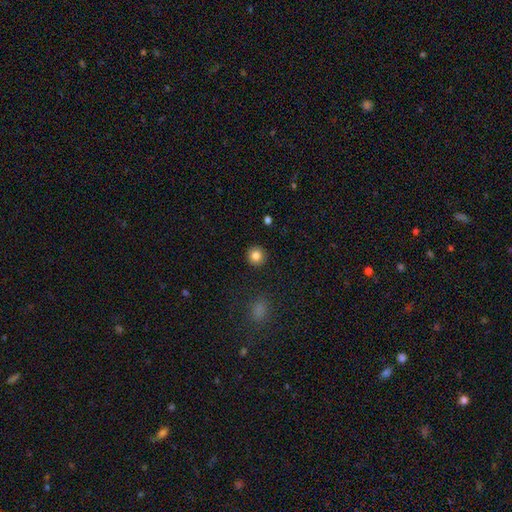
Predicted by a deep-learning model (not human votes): Overall: smooth (84%). How rounded: round (94%). Merging: none (92%).